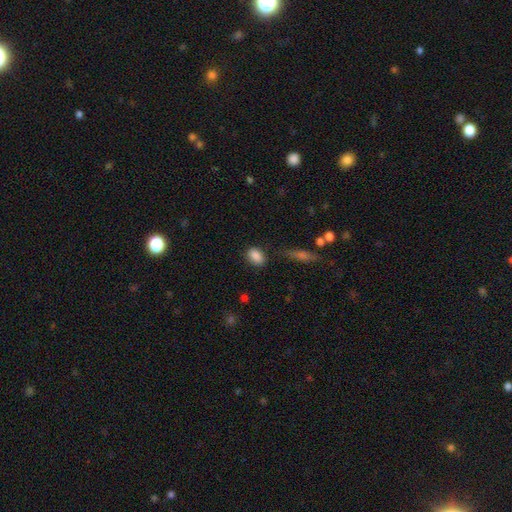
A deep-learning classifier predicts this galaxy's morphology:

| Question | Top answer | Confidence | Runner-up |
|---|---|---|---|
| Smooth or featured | smooth | 86% | star or artifact (8%) |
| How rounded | in between | 76% | round (21%) |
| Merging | none | 78% | minor disturbance (15%) |